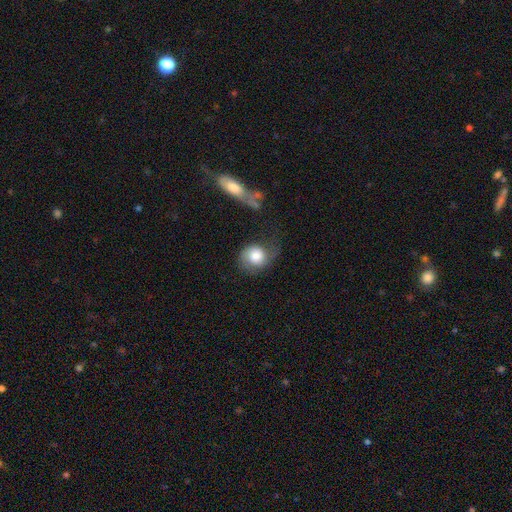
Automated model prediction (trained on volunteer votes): This is possibly a smooth galaxy (55%). How rounded: likely round (73%). Merging: marginally none (37%).